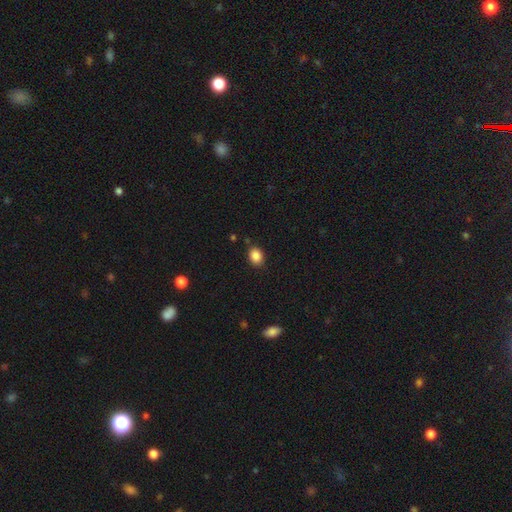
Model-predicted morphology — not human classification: Q: Smooth or featured?
A: smooth (87%); runner-up: star or artifact (9%)
Q: How rounded?
A: in between (54%); runner-up: round (45%)
Q: Merging?
A: none (85%); runner-up: minor disturbance (11%)